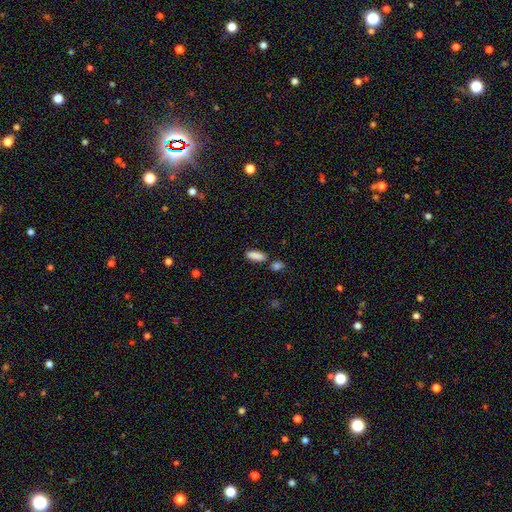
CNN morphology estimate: Smooth or featured?
  - smooth: 88% *
  - star or artifact: 7%
  - featured or disk: 5%
How rounded?
  - in between: 65% *
  - cigar-shaped: 33%
  - round: 3%
Merging?
  - none: 74% *
  - merger: 12%
  - minor disturbance: 11%
  - major disturbance: 3%